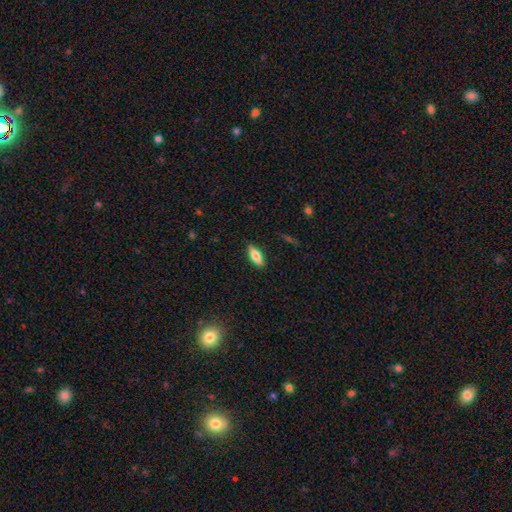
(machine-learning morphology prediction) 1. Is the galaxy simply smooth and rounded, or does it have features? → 72% smooth, 21% featured or disk, 7% star or artifact.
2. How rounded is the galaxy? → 69% in between, 29% cigar-shaped, 2% round.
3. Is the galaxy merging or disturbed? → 87% none, 10% minor disturbance, 2% major disturbance, 1% merger.